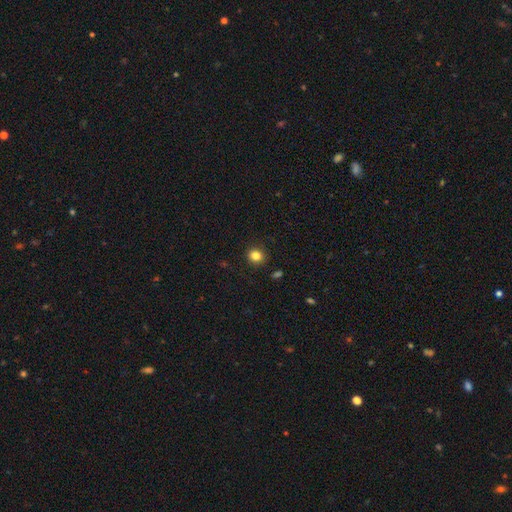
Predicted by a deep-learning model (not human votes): A smooth galaxy with no disk features (83%) that is round (84%). Merging: none (90%).